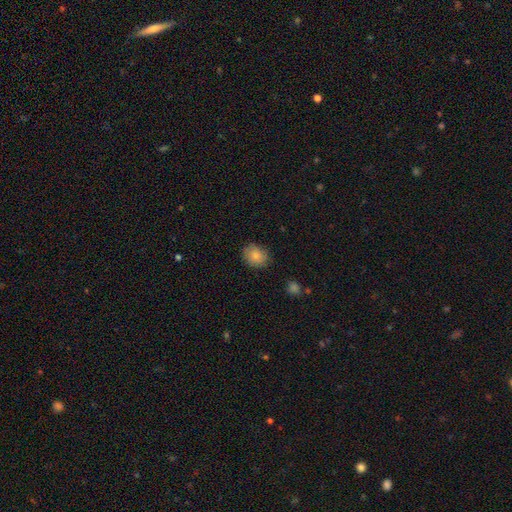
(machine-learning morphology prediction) Smooth or featured?
  - smooth: 83% *
  - featured or disk: 9%
  - star or artifact: 8%
How rounded?
  - round: 65% *
  - in between: 34%
  - cigar-shaped: 1%
Merging?
  - none: 81% *
  - minor disturbance: 15%
  - major disturbance: 3%
  - merger: 1%